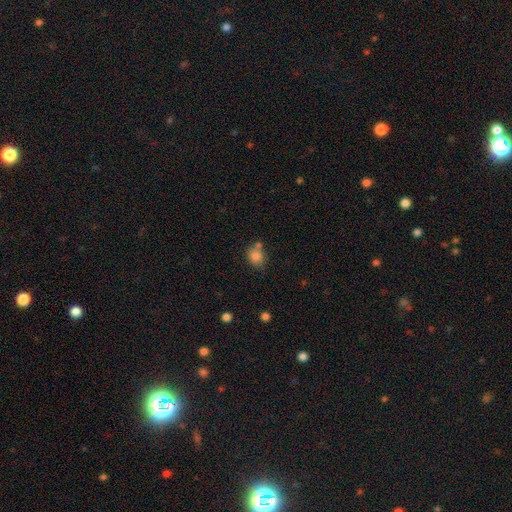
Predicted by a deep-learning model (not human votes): smooth-or-featured: smooth: 83% | star or artifact: 10% | featured or disk: 6%
  how-rounded: round: 69% | in between: 30% | cigar-shaped: 1%
  merging: none: 63% | merger: 18% | minor disturbance: 15% | major disturbance: 4%